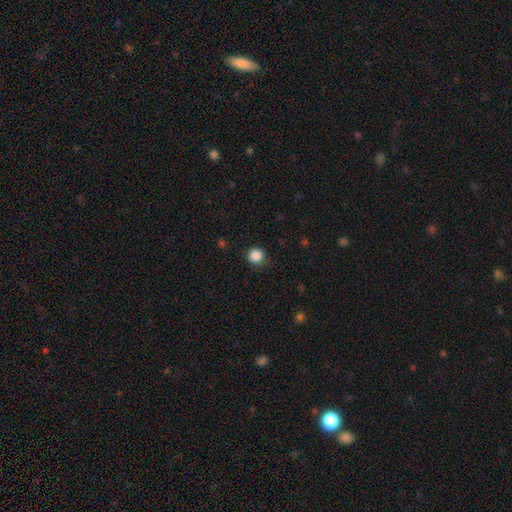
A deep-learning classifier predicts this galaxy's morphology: Smooth or featured: smooth — 86% (star or artifact — 11%)
How rounded: round — 94% (in between — 5%)
Merging: none — 86% (minor disturbance — 10%)